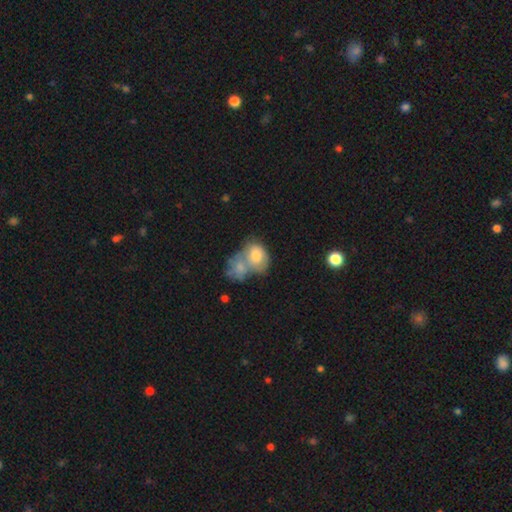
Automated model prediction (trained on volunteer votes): Smooth or featured: smooth — 71% (featured or disk — 22%)
How rounded: in between — 64% (round — 35%)
Merging: merger — 69% (none — 16%)